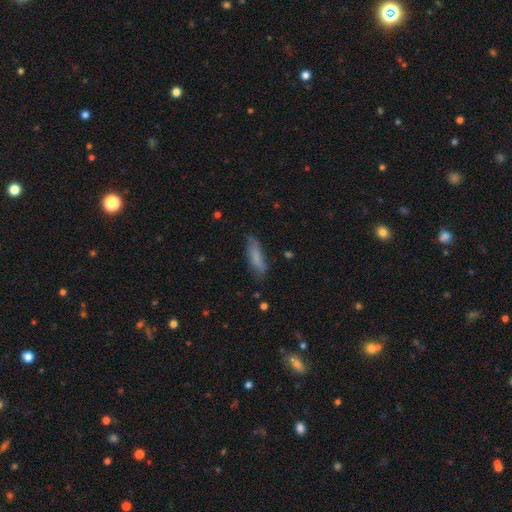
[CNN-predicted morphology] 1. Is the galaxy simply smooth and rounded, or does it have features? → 65% smooth, 20% featured or disk, 15% star or artifact.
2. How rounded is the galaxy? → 62% cigar-shaped, 35% in between, 3% round.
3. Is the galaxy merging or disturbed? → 78% none, 16% minor disturbance, 4% major disturbance, 2% merger.